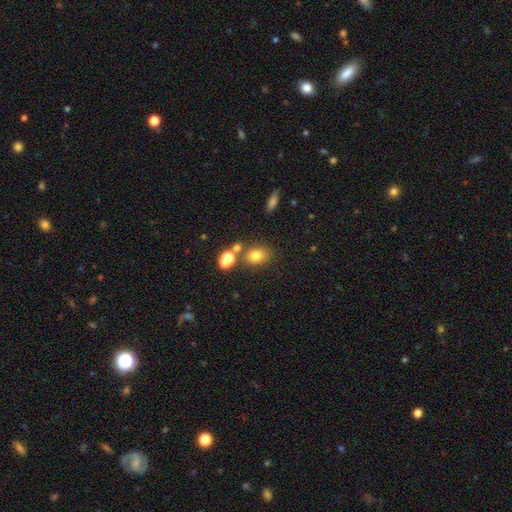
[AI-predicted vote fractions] Smooth or featured? smooth (75%)
How rounded? in between (56%)
Merging? none (64%)